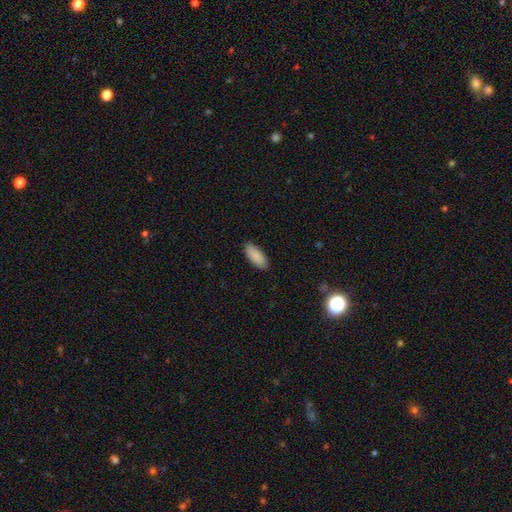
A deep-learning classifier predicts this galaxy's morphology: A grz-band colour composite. It shows a smooth galaxy with no disk features (89%) that is in between round and cigar-shaped (84%). Merging: none (88%).